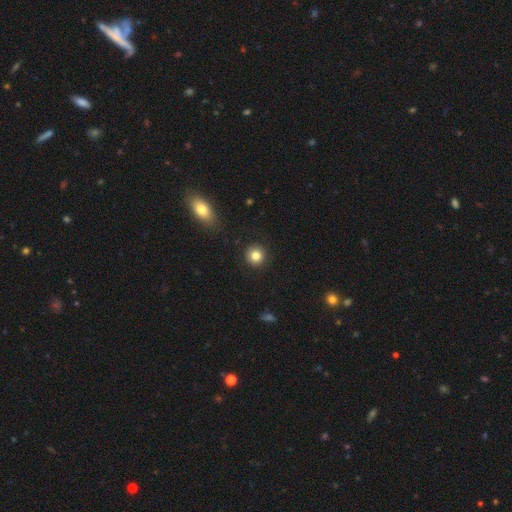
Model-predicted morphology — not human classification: Q: Smooth or featured?
A: smooth (84%); runner-up: star or artifact (10%)
Q: How rounded?
A: round (93%); runner-up: in between (6%)
Q: Merging?
A: none (91%); runner-up: minor disturbance (6%)